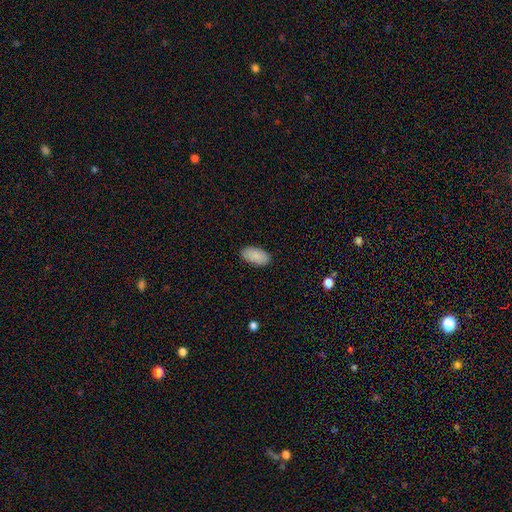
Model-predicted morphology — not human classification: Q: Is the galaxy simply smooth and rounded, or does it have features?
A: smooth — 90%.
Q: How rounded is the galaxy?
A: in between — 95%.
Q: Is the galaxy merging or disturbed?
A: none — 89%.